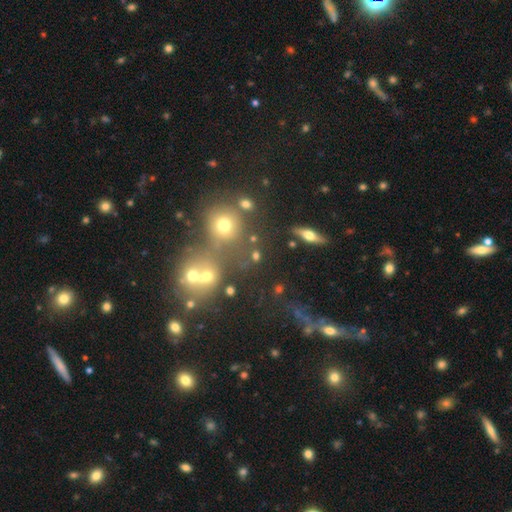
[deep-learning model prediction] smooth 47%, star or artifact 39%, featured or disk 15%. Down the decision tree: merging — none (54%).